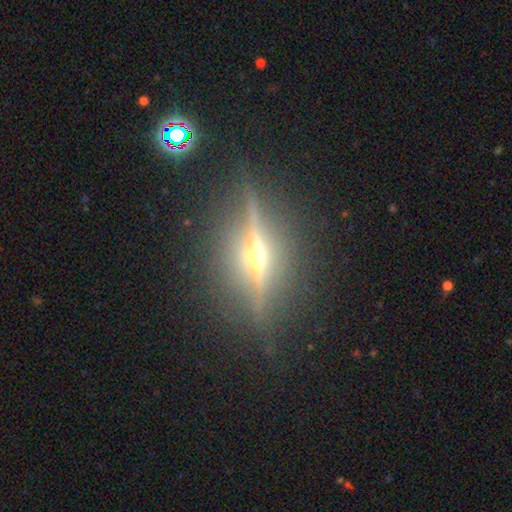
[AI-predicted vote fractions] Smooth or featured? Predicted: featured or disk (p=0.83). Edge-on disk? Predicted: yes (p=0.95). Edge-on bulge? Predicted: rounded (p=0.95). Merging? Predicted: none (p=0.84).